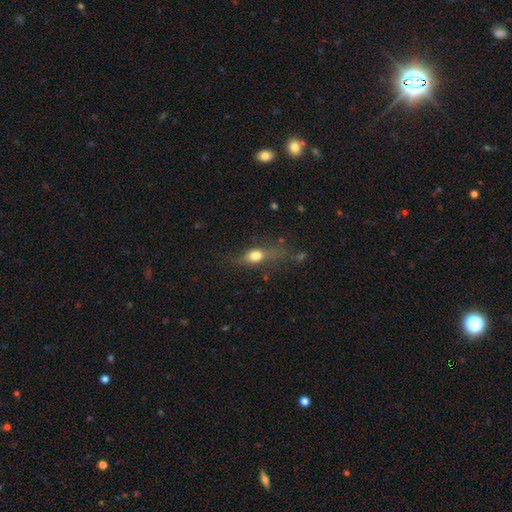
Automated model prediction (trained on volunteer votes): Morphology: type=smooth (67%); roundness=in between (60%); merging=none (54%).